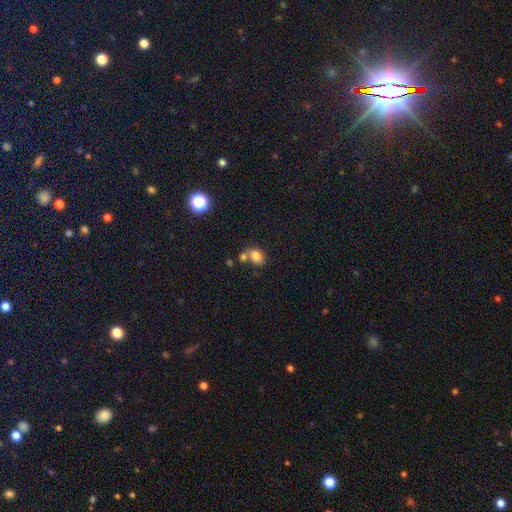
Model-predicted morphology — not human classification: A smooth galaxy with no disk features (79%) that is in between round and cigar-shaped (77%). Merging: none (43%).